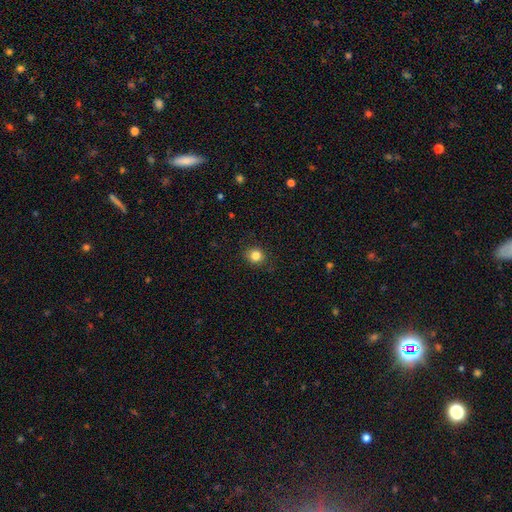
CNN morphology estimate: smooth_or_featured: smooth (p=0.83) [alt: star or artifact p=0.11]
how_rounded: round (p=0.80) [alt: in between p=0.19]
merging: none (p=0.88) [alt: minor disturbance p=0.09]